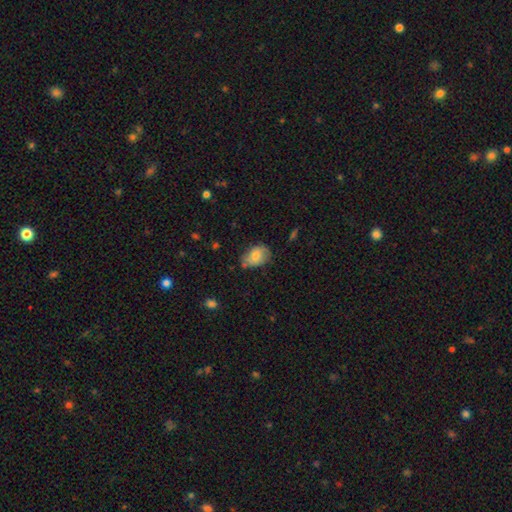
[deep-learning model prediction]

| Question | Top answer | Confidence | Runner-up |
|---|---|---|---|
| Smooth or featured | smooth | 72% | featured or disk (21%) |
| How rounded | in between | 80% | round (19%) |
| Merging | none | 61% | minor disturbance (30%) |